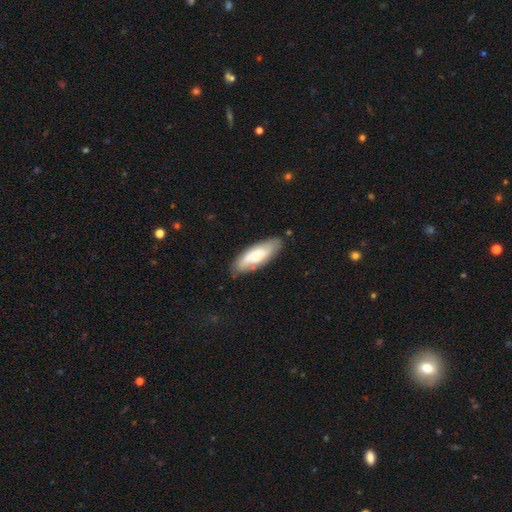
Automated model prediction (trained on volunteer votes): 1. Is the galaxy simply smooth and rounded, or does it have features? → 53% smooth, 41% featured or disk, 6% star or artifact.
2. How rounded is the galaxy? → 67% in between, 32% cigar-shaped, 2% round.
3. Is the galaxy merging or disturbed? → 78% none, 17% minor disturbance, 4% major disturbance, 2% merger.